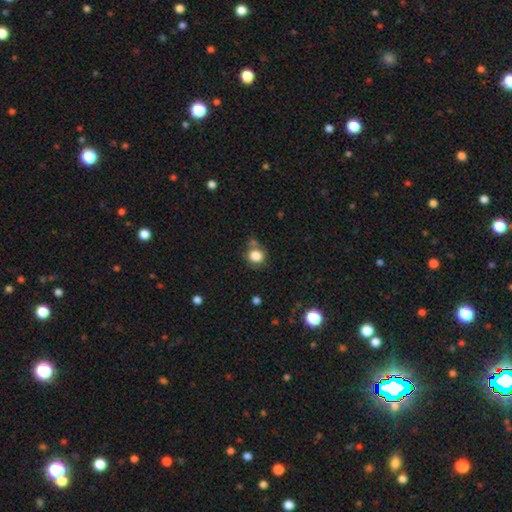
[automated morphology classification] A smooth galaxy with no disk features (83%) that is round (82%).

Vote fractions:
- Smooth or featured? smooth: 83% / star or artifact: 11% / featured or disk: 6%
- How rounded? round: 82% / in between: 17% / cigar-shaped: 1%
- Merging? none: 66% / merger: 15% / minor disturbance: 14% / major disturbance: 5%